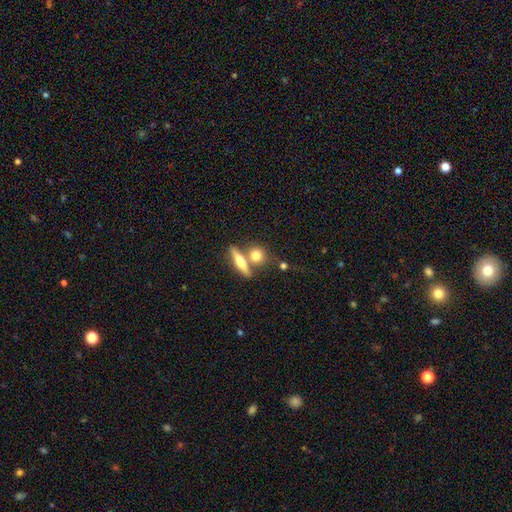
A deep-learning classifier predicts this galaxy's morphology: Overall: smooth (69%). How rounded: round (55%; in between 28%). Merging: none (57%; merger 30%).